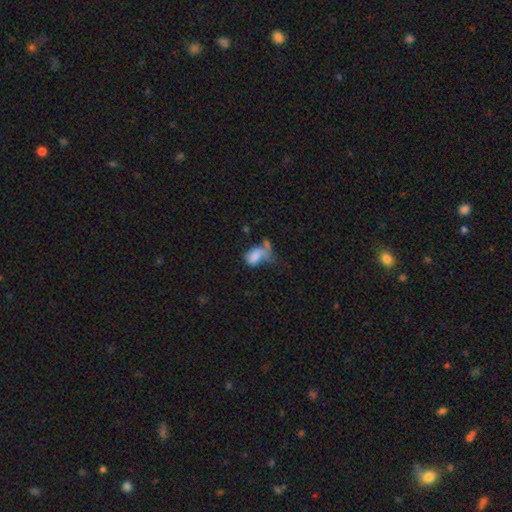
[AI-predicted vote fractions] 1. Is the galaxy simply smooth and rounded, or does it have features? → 73% smooth, 17% featured or disk, 11% star or artifact.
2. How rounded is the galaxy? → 86% in between, 11% round, 2% cigar-shaped.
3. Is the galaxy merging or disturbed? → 32% major disturbance, 27% merger, 21% none, 20% minor disturbance.